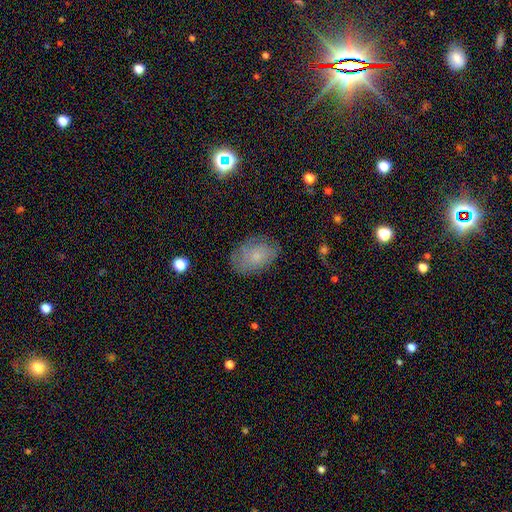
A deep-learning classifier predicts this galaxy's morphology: type=smooth (57%); roundness=in between (83%); merging=none (73%).